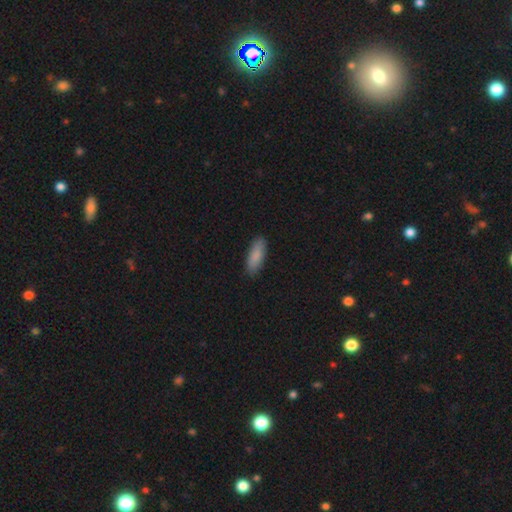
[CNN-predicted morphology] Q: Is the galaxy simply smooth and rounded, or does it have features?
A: smooth — 87%.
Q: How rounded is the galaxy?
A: in between — 65%.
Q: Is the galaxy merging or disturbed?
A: none — 87%.